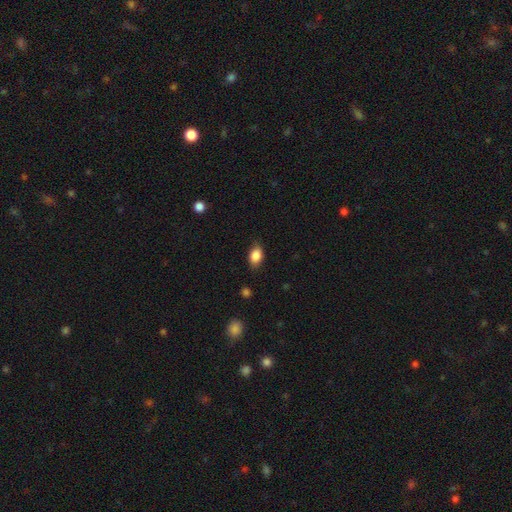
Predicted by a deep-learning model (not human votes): This appears to be a smooth galaxy with no disk features (86%) that is in between round and cigar-shaped (84%). Merging: none (80%).